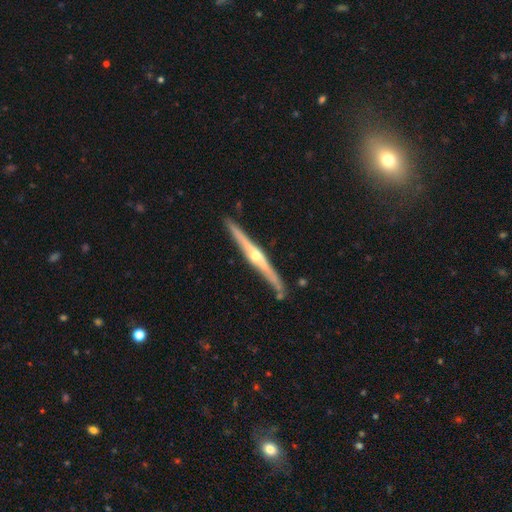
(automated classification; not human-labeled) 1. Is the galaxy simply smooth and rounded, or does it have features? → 80% featured or disk, 14% smooth, 5% star or artifact.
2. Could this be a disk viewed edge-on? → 98% yes, 2% no.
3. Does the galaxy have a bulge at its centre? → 87% rounded, 10% none, 3% boxy.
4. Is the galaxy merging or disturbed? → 87% none, 9% minor disturbance, 2% merger, 2% major disturbance.